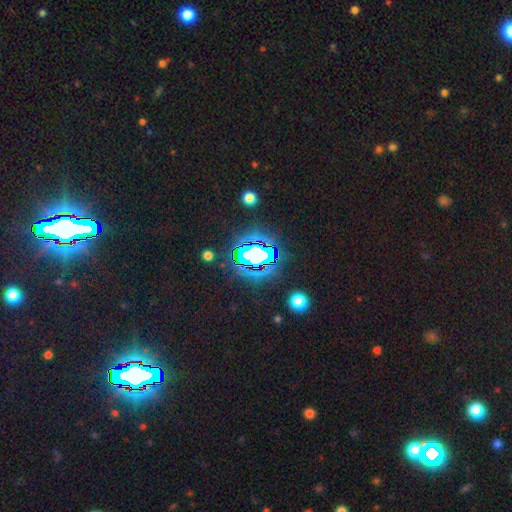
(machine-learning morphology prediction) star or artifact 70%, smooth 18%, featured or disk 13%.